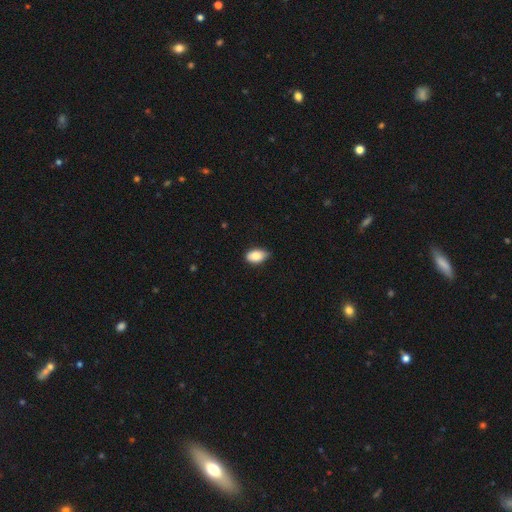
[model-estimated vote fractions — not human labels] smooth_or_featured: smooth (p=0.85) [alt: featured or disk p=0.08]
how_rounded: in between (p=0.92) [alt: round p=0.06]
merging: none (p=0.75) [alt: minor disturbance p=0.21]